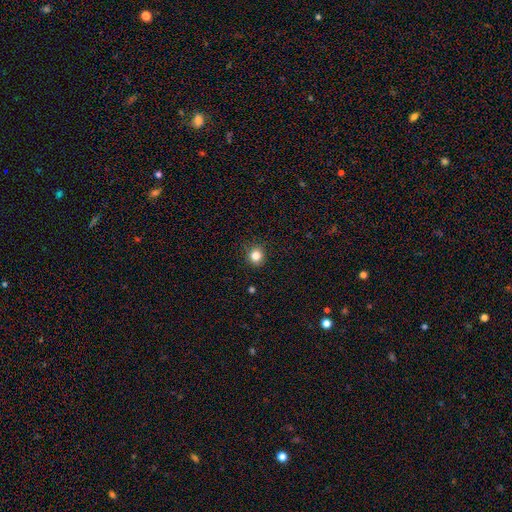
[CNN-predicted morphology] The model was most divided on "smooth or featured": smooth: 83%, star or artifact: 12%, featured or disk: 5%. More confident: how rounded — round (90%); merging — none (88%).